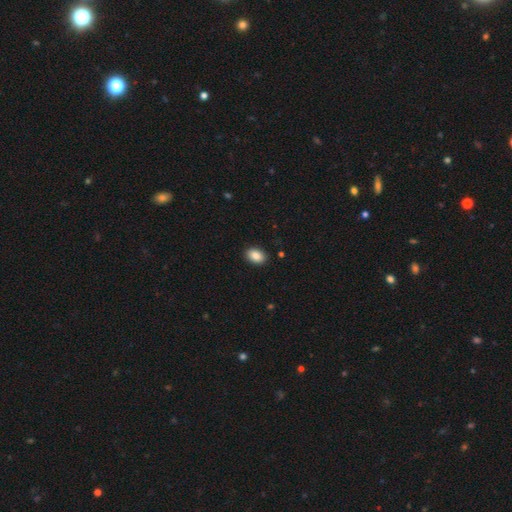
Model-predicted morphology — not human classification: smooth-or-featured: smooth: 87% | star or artifact: 8% | featured or disk: 5%
  how-rounded: in between: 82% | round: 17% | cigar-shaped: 1%
  merging: none: 90% | minor disturbance: 8% | major disturbance: 2% | merger: 1%